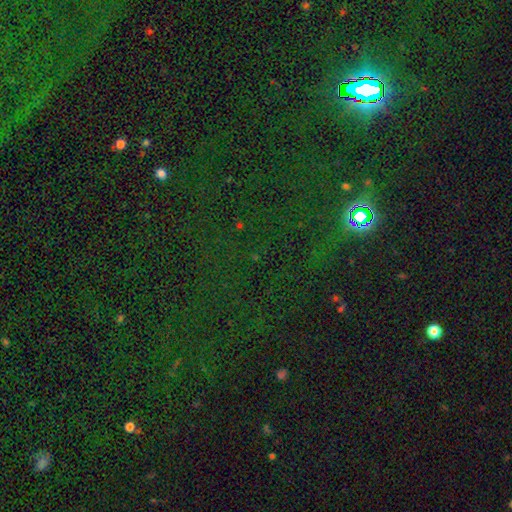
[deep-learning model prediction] A star or artifact, not a galaxy (78%).